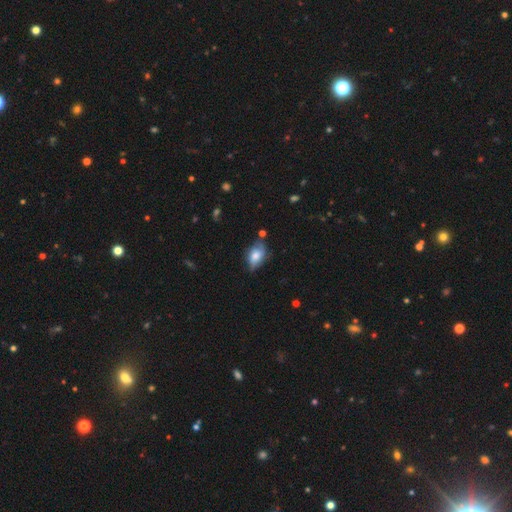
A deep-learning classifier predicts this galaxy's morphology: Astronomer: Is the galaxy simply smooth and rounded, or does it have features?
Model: smooth — 57% (runner-up: featured or disk, 34%).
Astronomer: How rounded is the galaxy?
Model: in between — 88%.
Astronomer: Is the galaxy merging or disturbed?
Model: none — 53% (runner-up: minor disturbance, 33%).